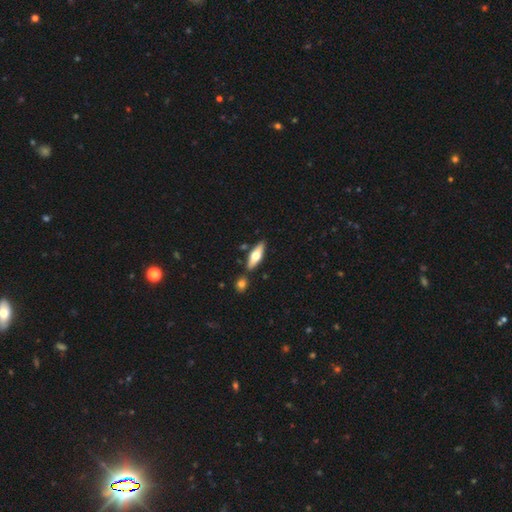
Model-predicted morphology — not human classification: Smooth or featured?
  - smooth: 50% *
  - featured or disk: 45%
  - star or artifact: 5%
Merging?
  - none: 82% *
  - minor disturbance: 9%
  - merger: 7%
  - major disturbance: 2%